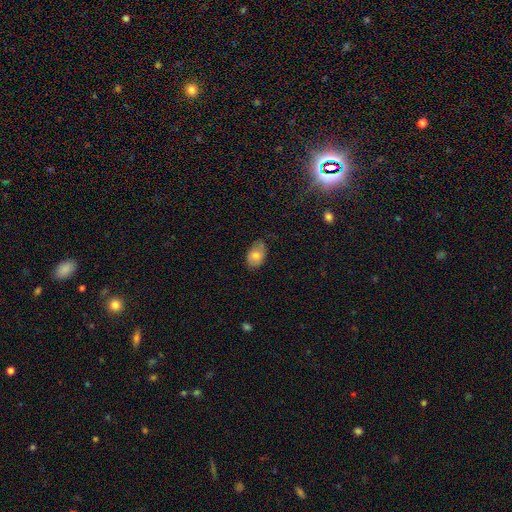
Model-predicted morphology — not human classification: This is likely a smooth galaxy (72%). How rounded: clearly in between (88%). Merging: likely none (67%).